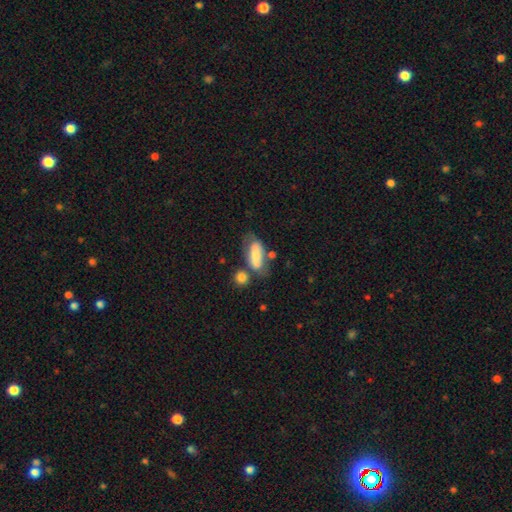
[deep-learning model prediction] Smooth or featured? Predicted: smooth (p=0.66). How rounded? Predicted: in between (p=0.79). Merging? Predicted: none (p=0.40).